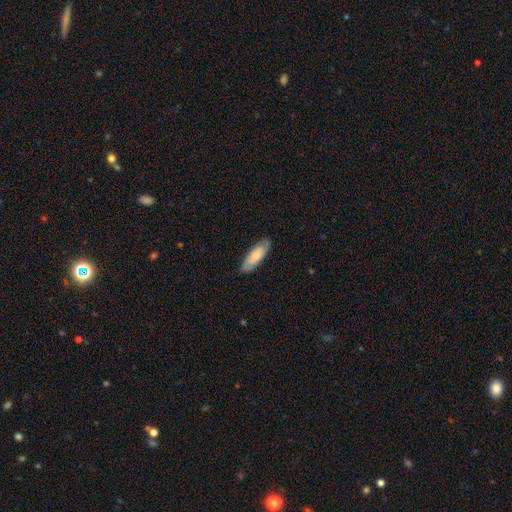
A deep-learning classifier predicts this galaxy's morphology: Smooth or featured? smooth (67%)
How rounded? in between (62%)
Merging? none (84%)